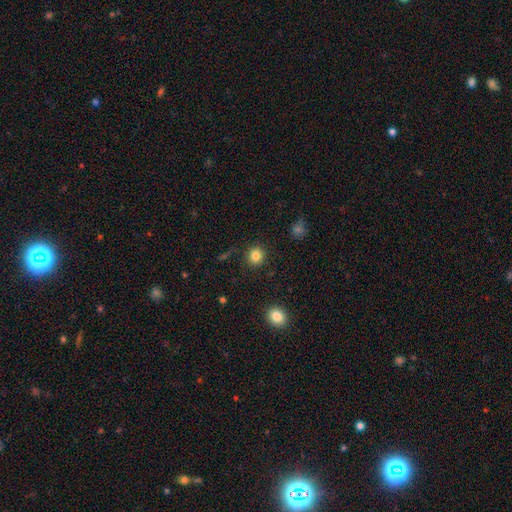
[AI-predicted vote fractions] This is clearly a smooth galaxy (83%). How rounded: clearly round (87%). Merging: clearly none (89%).